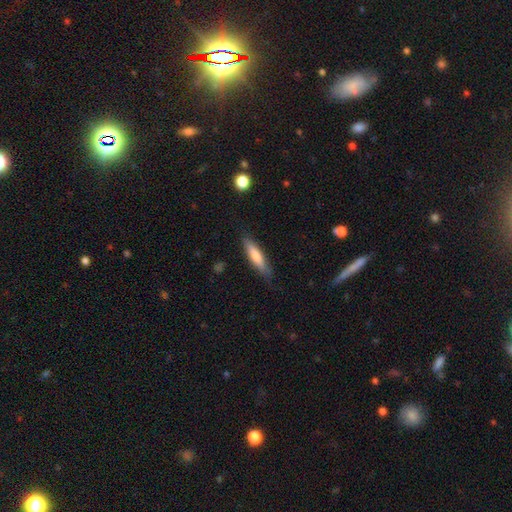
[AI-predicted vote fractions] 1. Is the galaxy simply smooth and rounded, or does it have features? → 70% smooth, 25% featured or disk, 6% star or artifact.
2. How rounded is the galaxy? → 73% cigar-shaped, 25% in between, 1% round.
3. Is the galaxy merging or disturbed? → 79% none, 16% minor disturbance, 3% major disturbance, 1% merger.